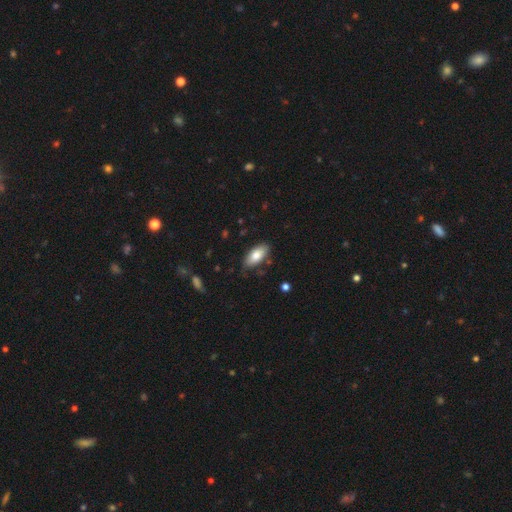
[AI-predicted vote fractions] Smooth or featured? Predicted: smooth (p=0.81). How rounded? Predicted: in between (p=0.90). Merging? Predicted: none (p=0.81).